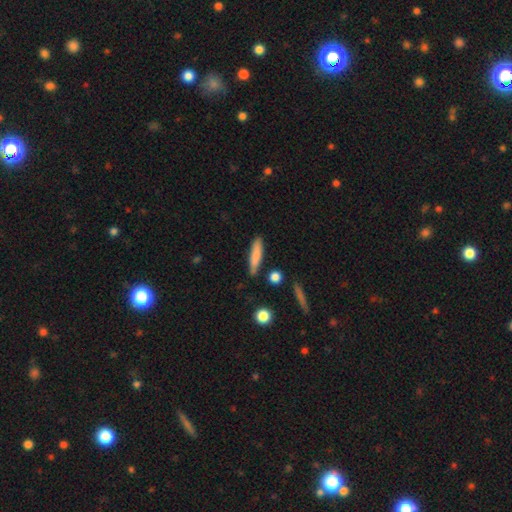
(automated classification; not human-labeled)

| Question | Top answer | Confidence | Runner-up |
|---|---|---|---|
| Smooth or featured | smooth | 80% | featured or disk (13%) |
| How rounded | cigar-shaped | 81% | in between (17%) |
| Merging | none | 81% | minor disturbance (13%) |